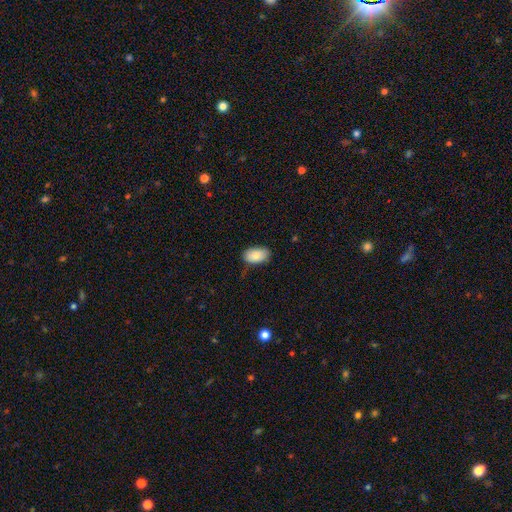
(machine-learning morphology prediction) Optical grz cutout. It shows a smooth galaxy with no disk features (84%) that is in between round and cigar-shaped (94%). Merging: none (78%).